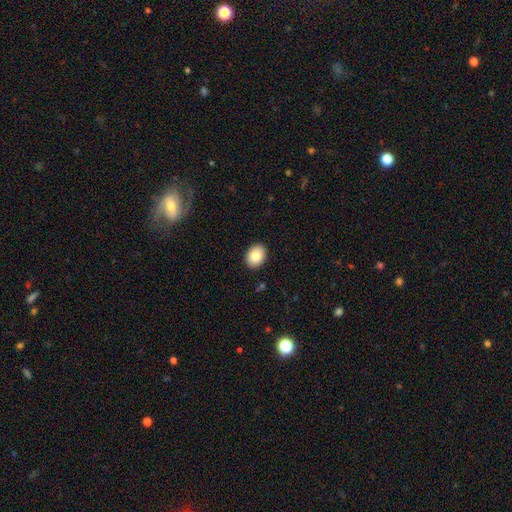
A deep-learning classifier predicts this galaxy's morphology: The model was most divided on "how rounded": in between: 64%, round: 35%, cigar-shaped: 1%. More confident: merging — none (91%); smooth or featured — smooth (83%).